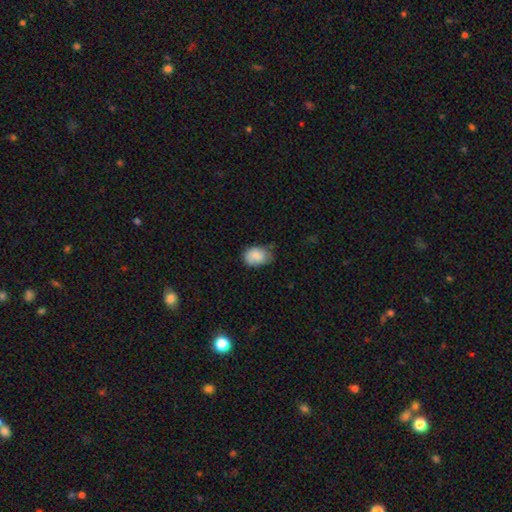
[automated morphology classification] A smooth galaxy with no disk features (85%) that is in between round and cigar-shaped (74%).

Vote fractions:
- Smooth or featured? smooth: 85% / featured or disk: 7% / star or artifact: 7%
- How rounded? in between: 74% / round: 25% / cigar-shaped: 1%
- Merging? none: 59% / minor disturbance: 33% / major disturbance: 6% / merger: 2%